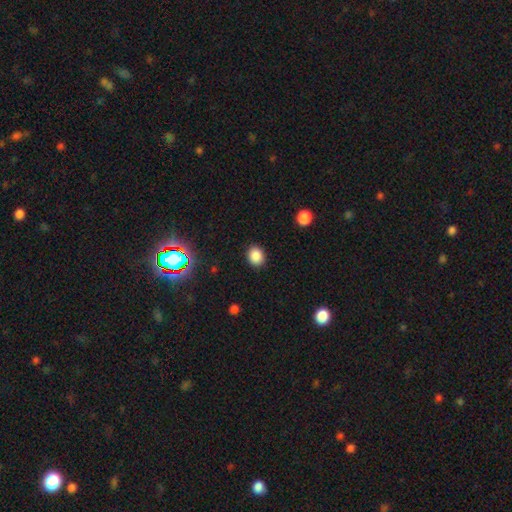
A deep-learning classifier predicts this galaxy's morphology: Smooth or featured? smooth (86%)
How rounded? round (63%)
Merging? none (89%)